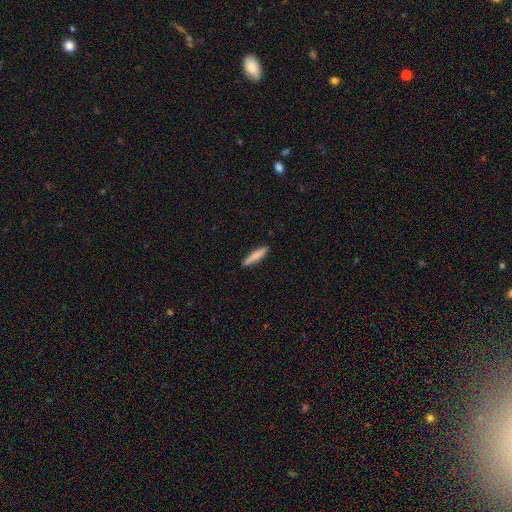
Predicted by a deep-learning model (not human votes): A smooth galaxy with no disk features (76%) that is cigar-shaped (89%). Merging: none (90%).